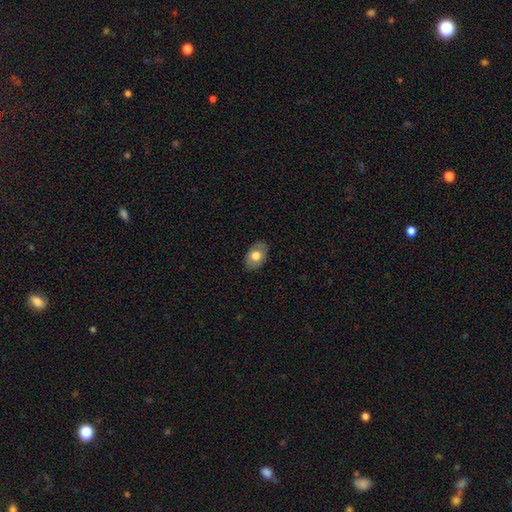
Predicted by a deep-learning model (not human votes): The model was most divided on "smooth or featured": smooth: 68%, featured or disk: 25%, star or artifact: 7%. More confident: how rounded — in between (84%); merging — none (84%).